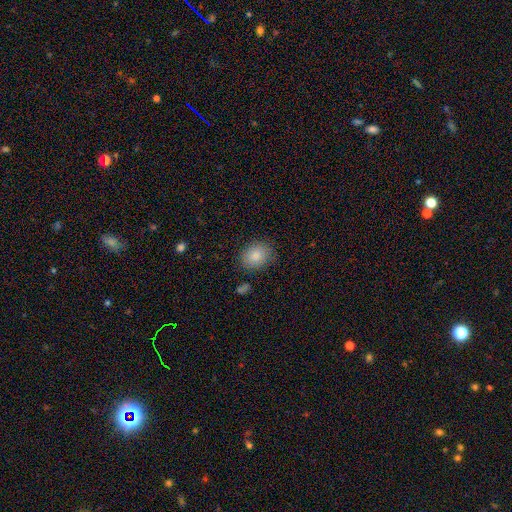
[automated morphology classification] Overall: smooth (86%). How rounded: in between (51%; round 48%). Merging: none (82%).